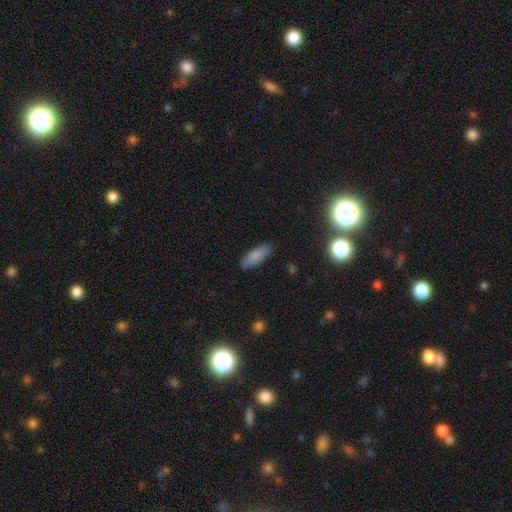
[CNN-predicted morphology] Overall: smooth (85%). How rounded: in between (70%). Merging: none (86%).